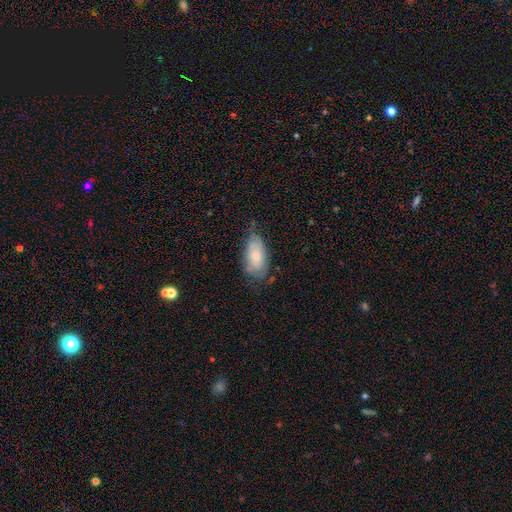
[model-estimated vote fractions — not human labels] Smooth or featured?
  - smooth: 67% *
  - featured or disk: 26%
  - star or artifact: 7%
How rounded?
  - in between: 92% *
  - cigar-shaped: 4%
  - round: 3%
Merging?
  - none: 56% *
  - minor disturbance: 33%
  - major disturbance: 9%
  - merger: 2%